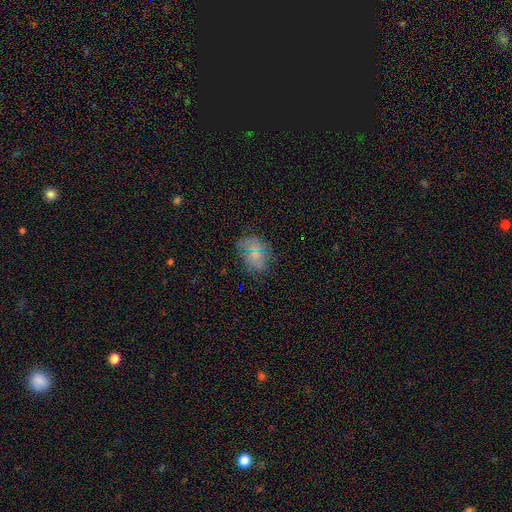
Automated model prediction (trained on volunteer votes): This appears to be a smooth galaxy with no disk features (65%) that is in between round and cigar-shaped (60%). Merging: none (76%).